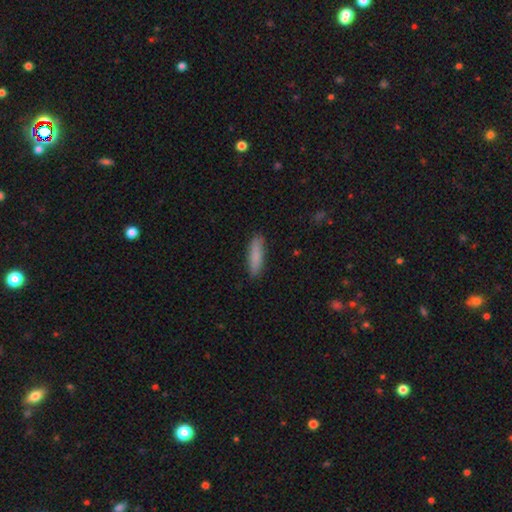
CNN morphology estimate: smooth_or_featured: smooth (p=0.85) [alt: featured or disk p=0.09]
how_rounded: cigar-shaped (p=0.75) [alt: in between p=0.24]
merging: none (p=0.87) [alt: minor disturbance p=0.10]